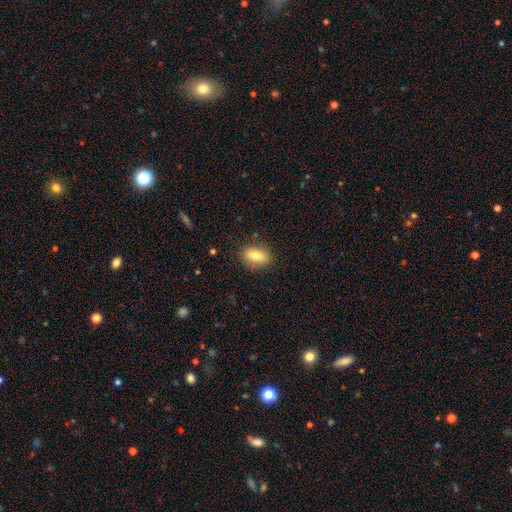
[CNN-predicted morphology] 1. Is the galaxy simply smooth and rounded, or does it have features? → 76% smooth, 17% featured or disk, 8% star or artifact.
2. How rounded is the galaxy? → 82% in between, 11% round, 6% cigar-shaped.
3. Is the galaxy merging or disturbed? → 84% none, 12% minor disturbance, 3% major disturbance, 1% merger.